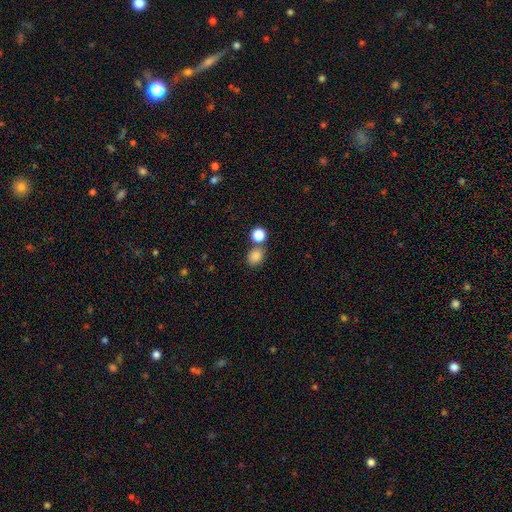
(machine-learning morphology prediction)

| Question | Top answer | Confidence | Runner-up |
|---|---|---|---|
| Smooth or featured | smooth | 84% | star or artifact (11%) |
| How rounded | round | 58% | in between (41%) |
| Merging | none | 62% | merger (24%) |